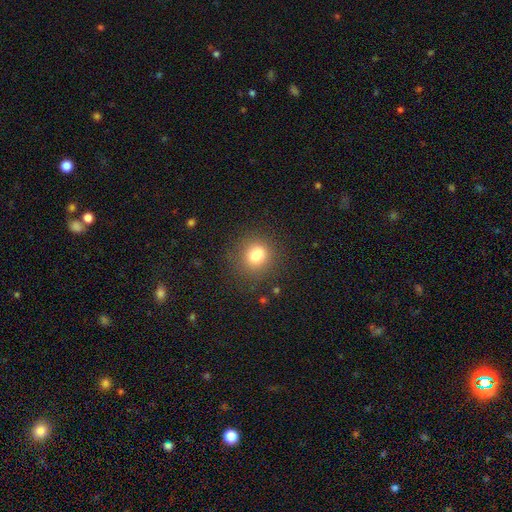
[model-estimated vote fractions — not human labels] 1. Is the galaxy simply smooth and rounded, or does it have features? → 76% smooth, 13% star or artifact, 10% featured or disk.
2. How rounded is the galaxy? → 83% round, 16% in between, 1% cigar-shaped.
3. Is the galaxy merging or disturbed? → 76% none, 13% minor disturbance, 7% merger, 5% major disturbance.